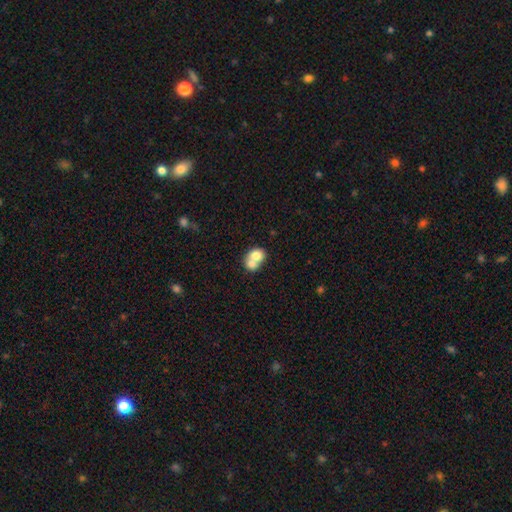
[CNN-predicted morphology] Q: Smooth or featured?
A: smooth (71%); runner-up: featured or disk (21%)
Q: How rounded?
A: round (54%); runner-up: in between (45%)
Q: Merging?
A: merger (70%); runner-up: none (21%)